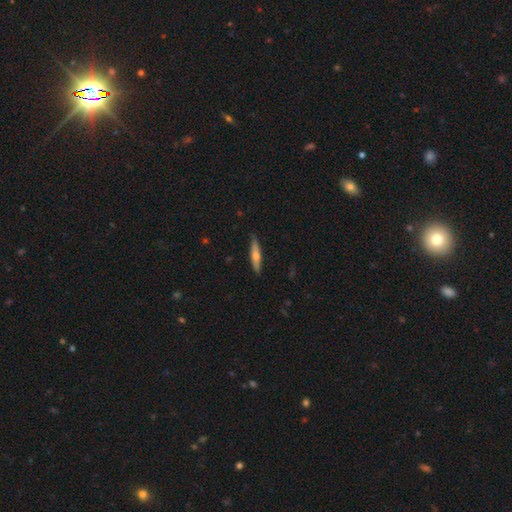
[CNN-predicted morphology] A featured or disk galaxy (48%).

Vote fractions:
- Smooth or featured? featured or disk: 48% / smooth: 46% / star or artifact: 6%
- Merging? none: 89% / minor disturbance: 8% / major disturbance: 1% / merger: 1%